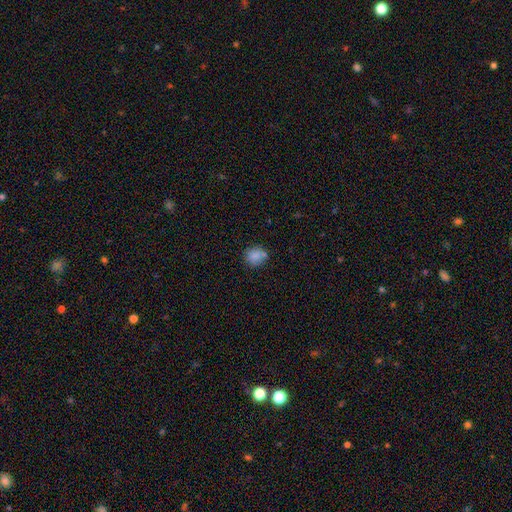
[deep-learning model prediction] Smooth or featured: smooth — 82% (star or artifact — 10%)
How rounded: round — 78% (in between — 21%)
Merging: none — 66% (minor disturbance — 17%)